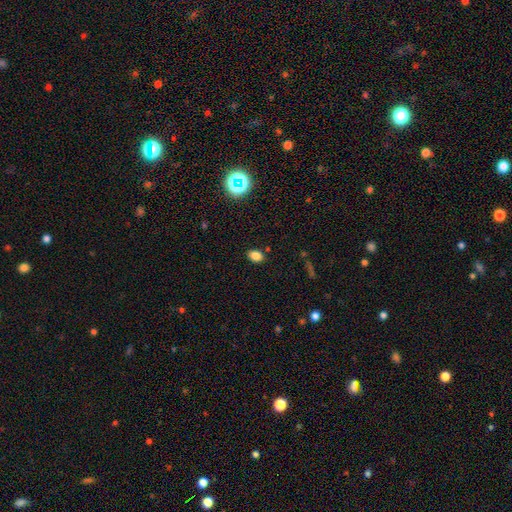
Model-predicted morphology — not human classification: Smooth or featured?
  - smooth: 81% *
  - star or artifact: 13%
  - featured or disk: 5%
How rounded?
  - in between: 74% *
  - round: 24%
  - cigar-shaped: 1%
Merging?
  - none: 86% *
  - minor disturbance: 9%
  - major disturbance: 2%
  - merger: 2%